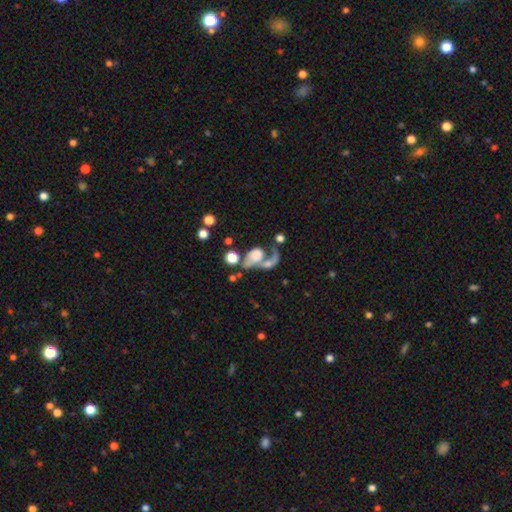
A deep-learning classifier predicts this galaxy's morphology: Smooth or featured?
  - featured or disk: 50% *
  - smooth: 40%
  - star or artifact: 11%
Merging?
  - merger: 43% *
  - major disturbance: 30%
  - none: 18%
  - minor disturbance: 10%